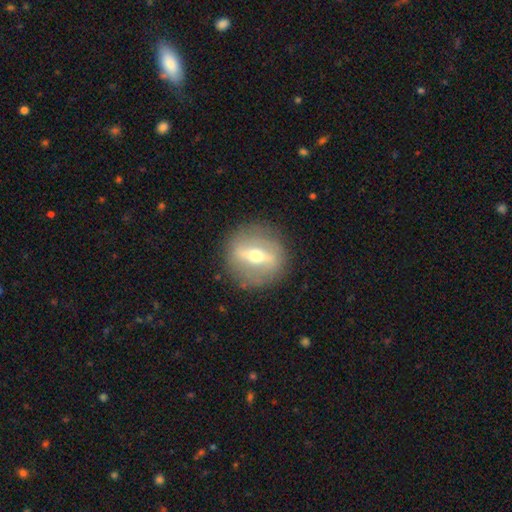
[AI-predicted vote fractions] Morphology: type=featured or disk (73%); edge-on=no (63%); merging=none (86%).